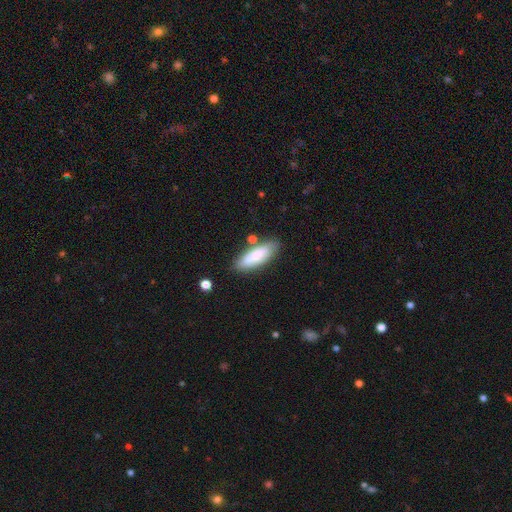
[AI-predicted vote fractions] smooth-or-featured: smooth: 82% | featured or disk: 12% | star or artifact: 6%
  how-rounded: in between: 52% | cigar-shaped: 47% | round: 2%
  merging: none: 77% | minor disturbance: 13% | merger: 6% | major disturbance: 3%